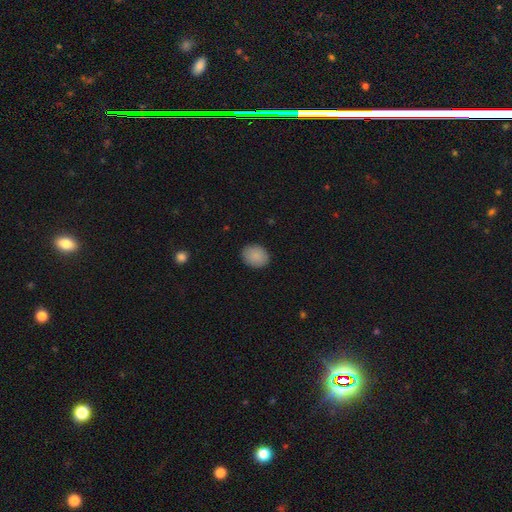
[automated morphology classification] smooth 89%, star or artifact 8%, featured or disk 4%. Down the decision tree: how rounded — round (57%); merging — none (89%).